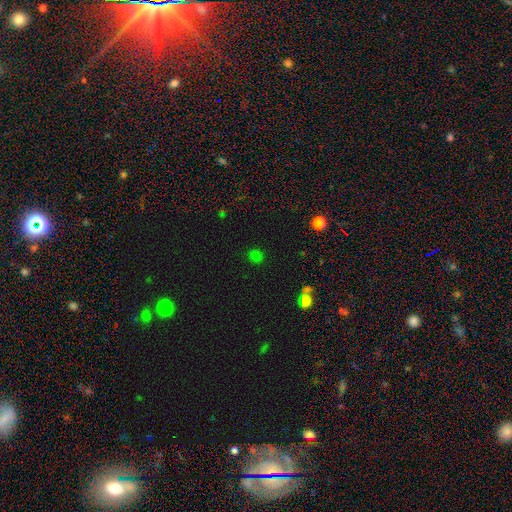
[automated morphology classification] Q: Smooth or featured?
A: smooth (71%); runner-up: star or artifact (25%)
Q: How rounded?
A: round (85%); runner-up: in between (14%)
Q: Merging?
A: none (88%); runner-up: minor disturbance (8%)